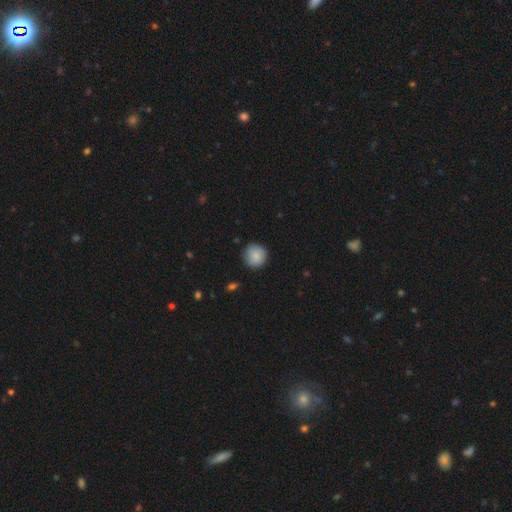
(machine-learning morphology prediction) smooth-or-featured: smooth: 86% | featured or disk: 7% | star or artifact: 7%
  how-rounded: round: 94% | in between: 5% | cigar-shaped: 1%
  merging: none: 86% | minor disturbance: 11% | major disturbance: 2% | merger: 1%